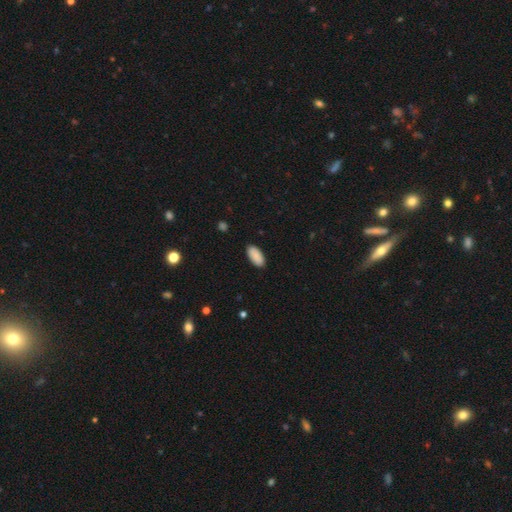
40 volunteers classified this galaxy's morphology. smooth 100%, featured or disk 0%, star or artifact 0%. Down the decision tree: how rounded — in between (92%); merging — none (95%).